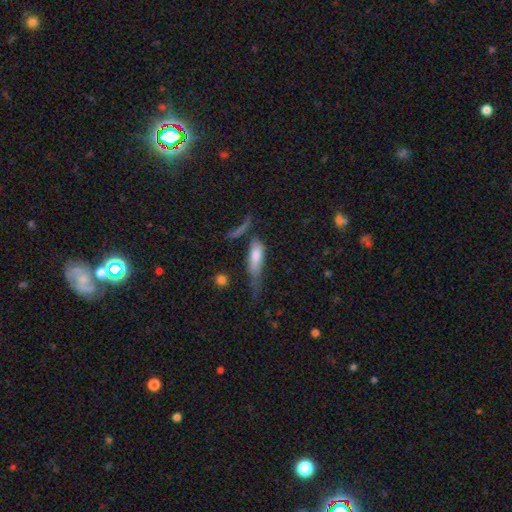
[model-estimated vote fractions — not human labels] Smooth or featured: smooth — 58% (featured or disk — 34%)
How rounded: cigar-shaped — 55% (in between — 41%)
Merging: none — 35% (minor disturbance — 27%)